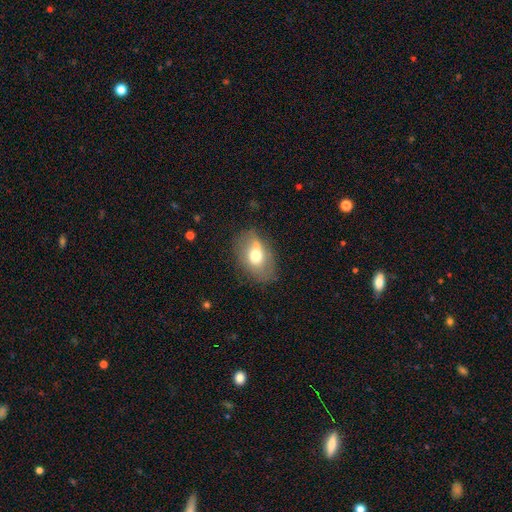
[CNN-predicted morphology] Overall: smooth (61%; featured or disk 30%). How rounded: in between (81%). Merging: none (61%; minor disturbance 25%).